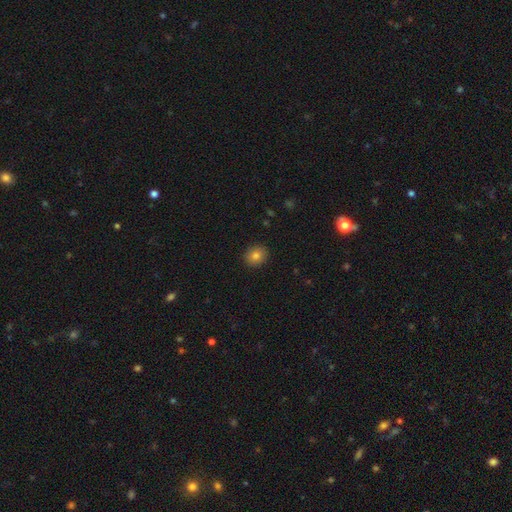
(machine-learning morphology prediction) type=smooth (81%); roundness=round (72%); merging=none (91%).